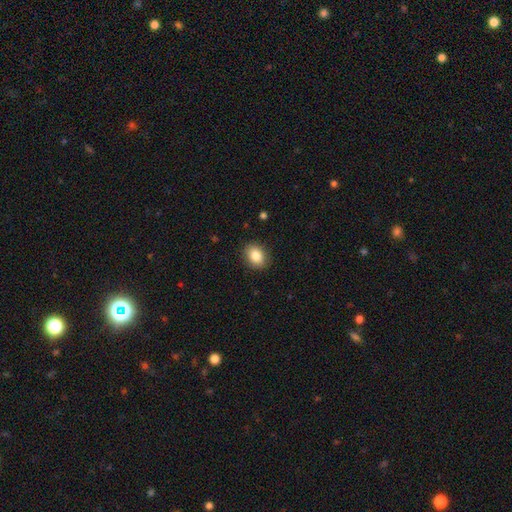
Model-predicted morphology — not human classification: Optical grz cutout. It shows a smooth galaxy with no disk features (86%) that is in between round and cigar-shaped (64%). Merging: none (89%).